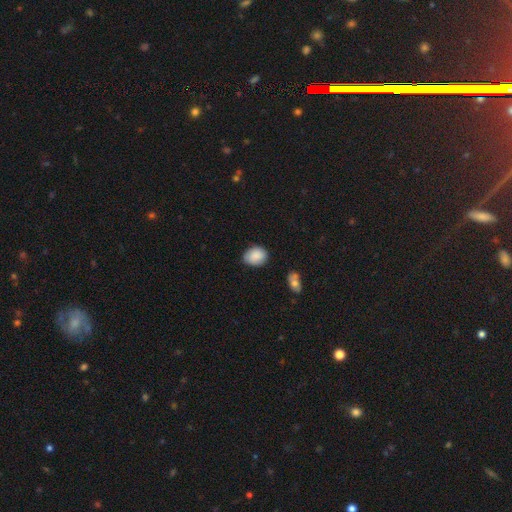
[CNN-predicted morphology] Overall: smooth (85%). How rounded: in between (50%; round 49%). Merging: none (72%).